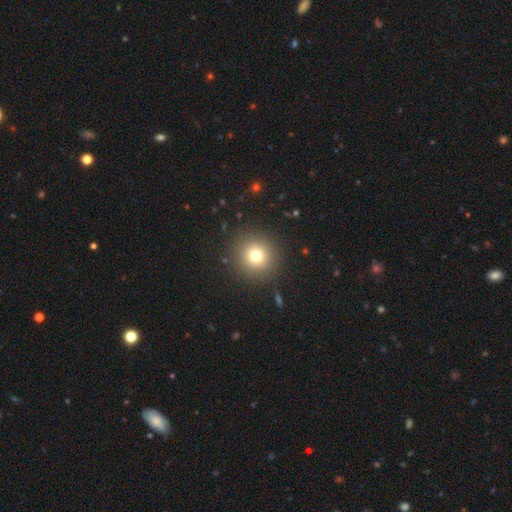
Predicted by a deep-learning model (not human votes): smooth_or_featured: smooth (p=0.75) [alt: star or artifact p=0.15]
how_rounded: round (p=0.94) [alt: in between p=0.05]
merging: none (p=0.90) [alt: minor disturbance p=0.06]